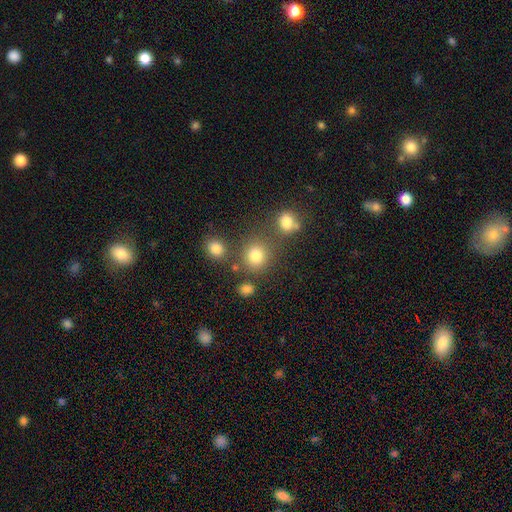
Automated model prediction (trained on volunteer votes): Smooth or featured? Predicted: smooth (p=0.79). How rounded? Predicted: round (p=0.86). Merging? Predicted: none (p=0.72).